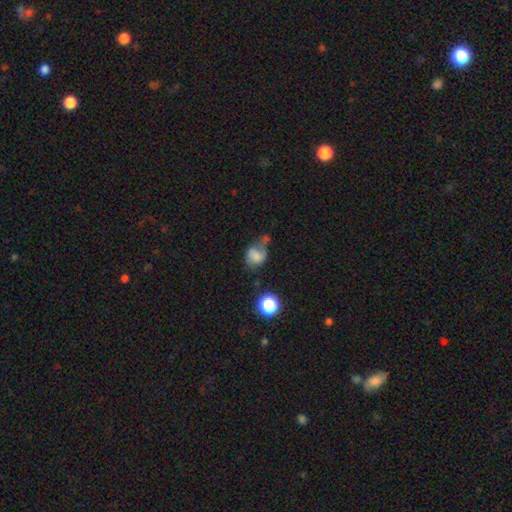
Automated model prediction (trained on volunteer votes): This is likely a smooth galaxy (61%). How rounded: possibly in between (53%). Merging: marginally none (27%).